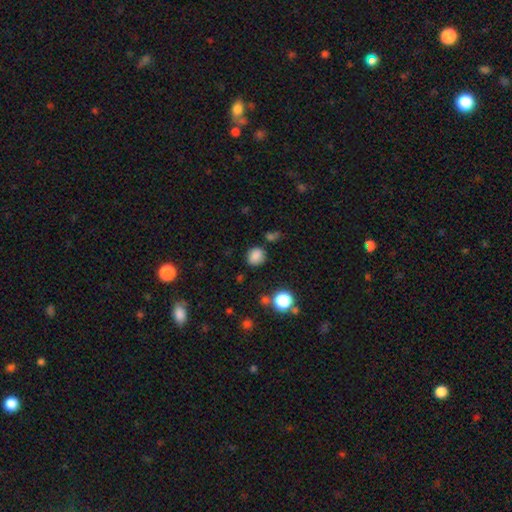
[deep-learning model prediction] Smooth or featured?
  - smooth: 82% *
  - star or artifact: 13%
  - featured or disk: 5%
How rounded?
  - round: 69% *
  - in between: 30%
  - cigar-shaped: 1%
Merging?
  - none: 77% *
  - minor disturbance: 14%
  - merger: 5%
  - major disturbance: 4%